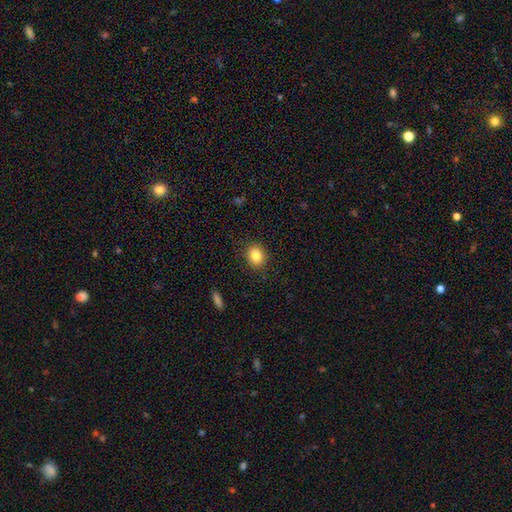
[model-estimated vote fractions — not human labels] This appears to be a smooth galaxy with no disk features (83%) that is round (67%). Merging: none (88%).